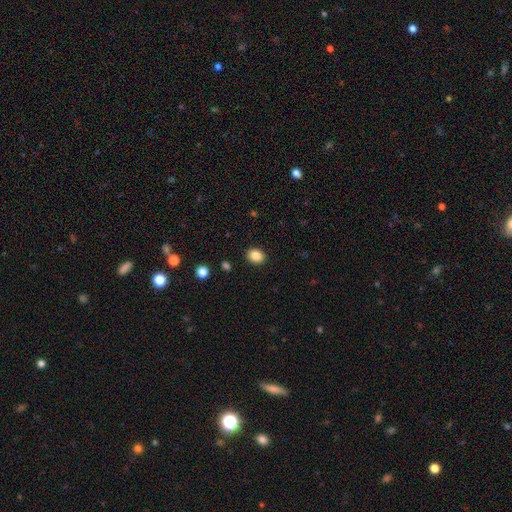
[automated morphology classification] This appears to be a smooth galaxy with no disk features (87%) that is round (53%). Merging: none (90%).